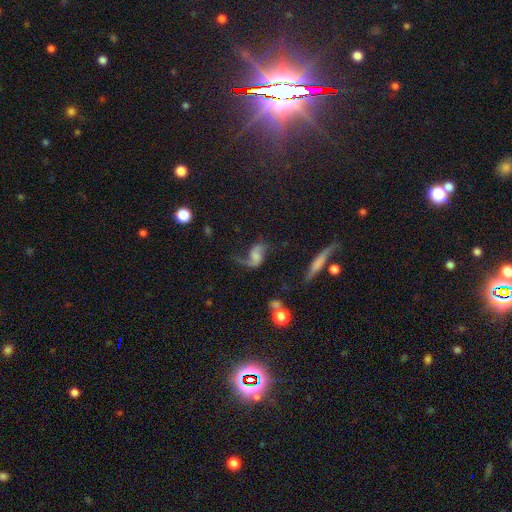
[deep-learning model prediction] A featured or disk galaxy (70%) with no bar (61%), 2 (77%) loose (79%) spiral arms (91%) and no central bulge (41%).

Vote fractions:
- Smooth or featured? featured or disk: 70% / smooth: 20% / star or artifact: 10%
- Edge-on disk? no: 96% / yes: 4%
- Bar? no: 61% / weak: 30% / strong: 9%
- Spiral arms? yes: 91% / no: 9%
- Spiral winding? loose: 79% / medium: 17% / tight: 4%
- Spiral arm count? 2: 77% / 1: 18% / can't tell: 3% / 3: 1% / 4: 1% / more than 4: 1%
- Bulge size? none: 41% / small: 22% / moderate: 20% / large: 13% / dominant: 4%
- Merging? none: 43% / major disturbance: 31% / minor disturbance: 20% / merger: 5%